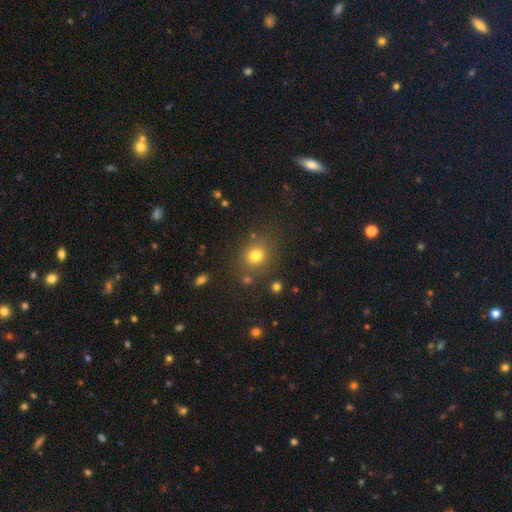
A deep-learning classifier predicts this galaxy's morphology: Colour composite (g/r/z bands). It shows a smooth galaxy with no disk features (76%) that is round (76%). Merging: none (80%).